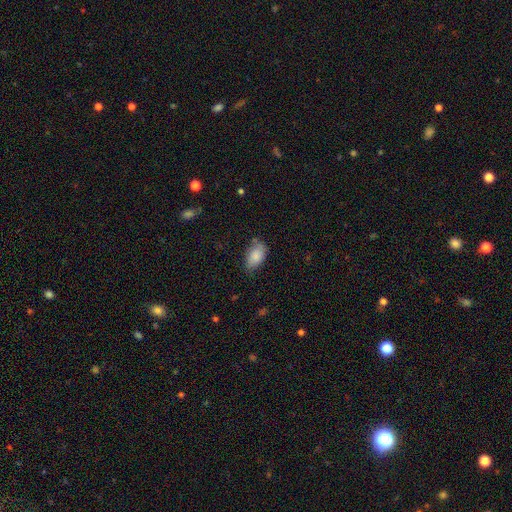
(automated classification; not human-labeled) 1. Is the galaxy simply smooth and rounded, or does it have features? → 83% smooth, 10% featured or disk, 7% star or artifact.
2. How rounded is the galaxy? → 92% in between, 6% round, 2% cigar-shaped.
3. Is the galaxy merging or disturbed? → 59% none, 31% minor disturbance, 7% major disturbance, 3% merger.